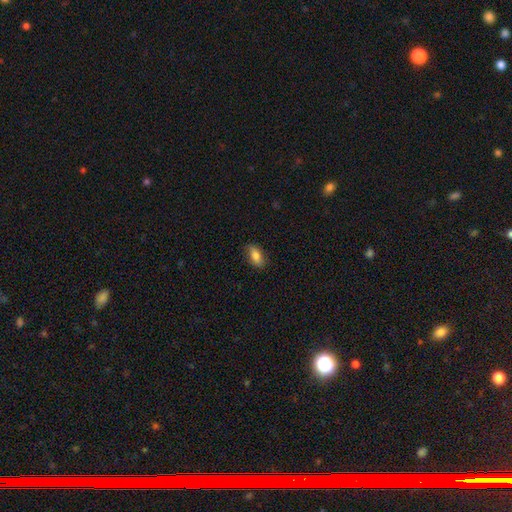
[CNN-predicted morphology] This is clearly a smooth galaxy (81%). How rounded: clearly in between (88%). Merging: clearly none (82%).